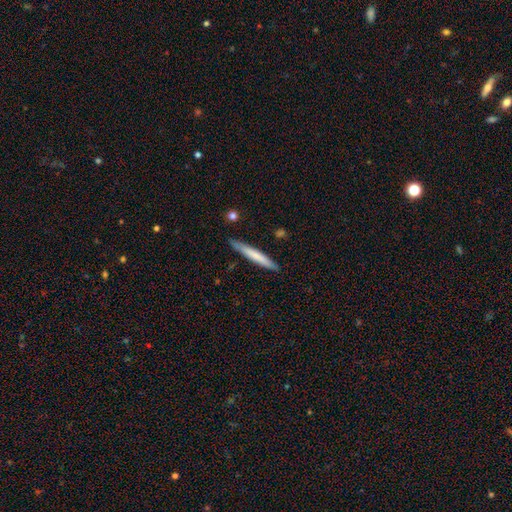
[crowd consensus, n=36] Smooth or featured? smooth (64%)
How rounded? cigar-shaped (96%)
Merging? none (91%)